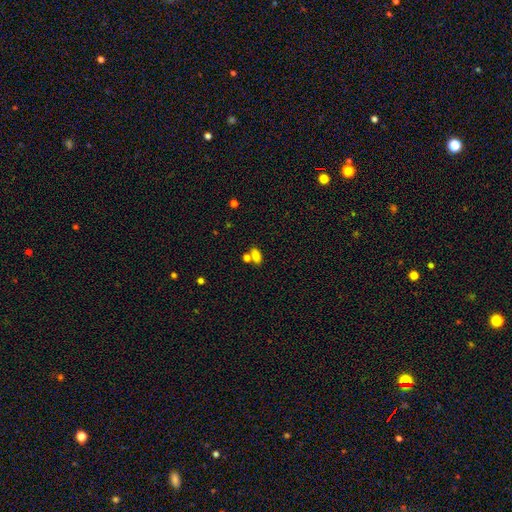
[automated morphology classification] Smooth or featured?
  - smooth: 80% *
  - star or artifact: 11%
  - featured or disk: 9%
How rounded?
  - in between: 85% *
  - round: 8%
  - cigar-shaped: 7%
Merging?
  - none: 53% *
  - merger: 32%
  - minor disturbance: 11%
  - major disturbance: 4%